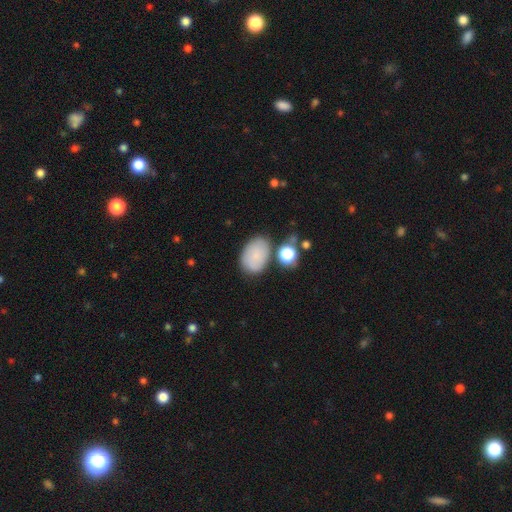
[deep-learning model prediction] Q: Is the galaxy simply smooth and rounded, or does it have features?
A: smooth — 77%.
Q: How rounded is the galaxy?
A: in between — 86%.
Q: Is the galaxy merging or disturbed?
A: none — 66%.